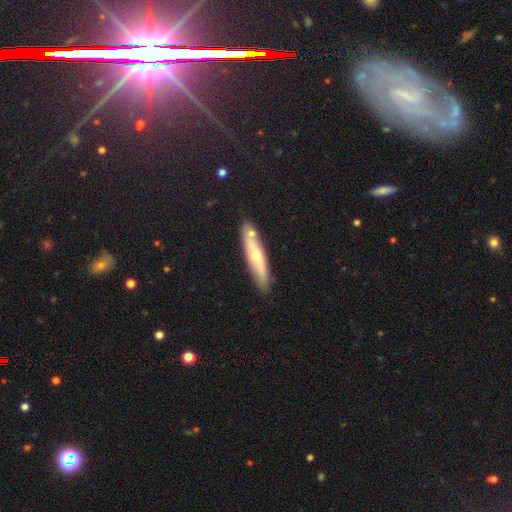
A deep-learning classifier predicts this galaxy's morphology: This is possibly a smooth galaxy (49%). Merging: likely none (76%).